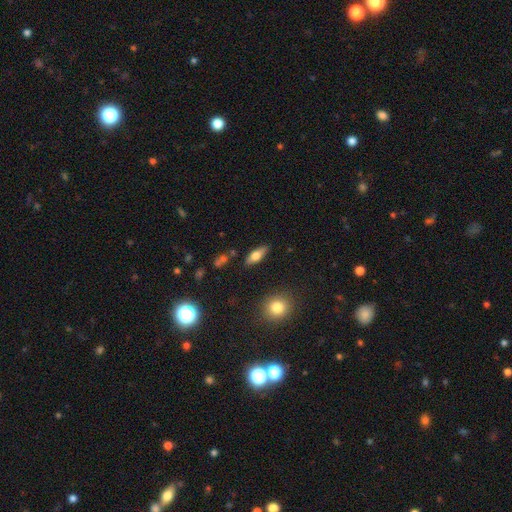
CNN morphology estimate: Smooth or featured? Predicted: smooth (p=0.59). How rounded? Predicted: in between (p=0.66). Merging? Predicted: none (p=0.84).